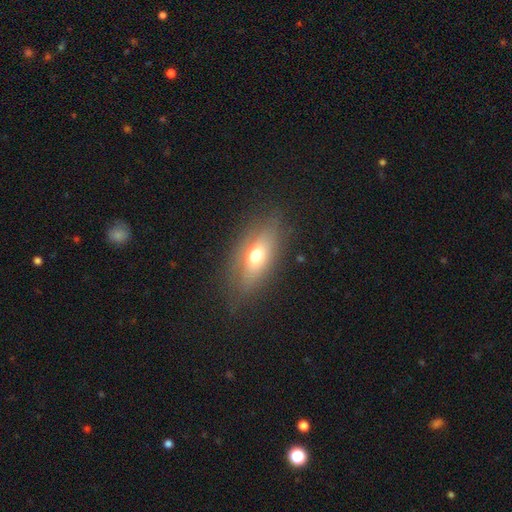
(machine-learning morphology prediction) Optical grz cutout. It shows a smooth galaxy with no disk features (60%) that is in between round and cigar-shaped (77%). Merging: none (77%).